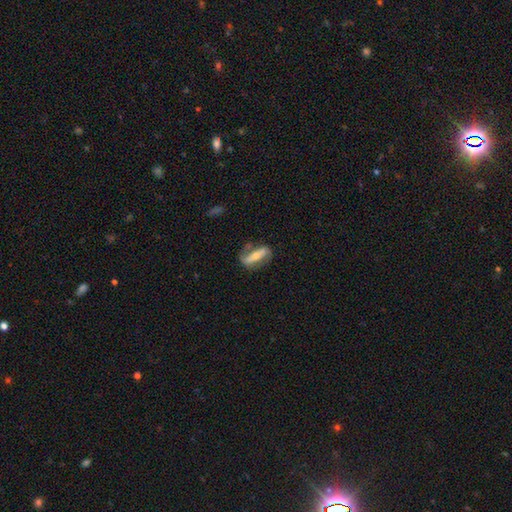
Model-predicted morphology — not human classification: Smooth or featured?
  - featured or disk: 62% *
  - smooth: 31%
  - star or artifact: 6%
Edge-on disk?
  - no: 79% *
  - yes: 21%
Merging?
  - none: 63% *
  - minor disturbance: 21%
  - major disturbance: 12%
  - merger: 4%